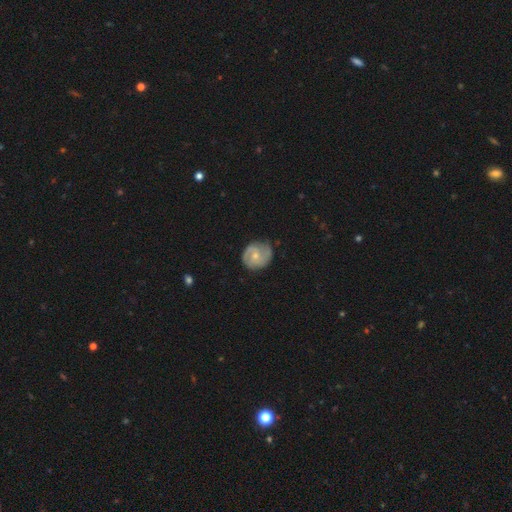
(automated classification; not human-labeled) Morphology: type=featured or disk (70%); edge-on=no (98%); bar=no (61%); spiral arms=yes (91%); winding=tight (44%); arm count=2 (74%); bulge=small (50%); merging=none (74%).